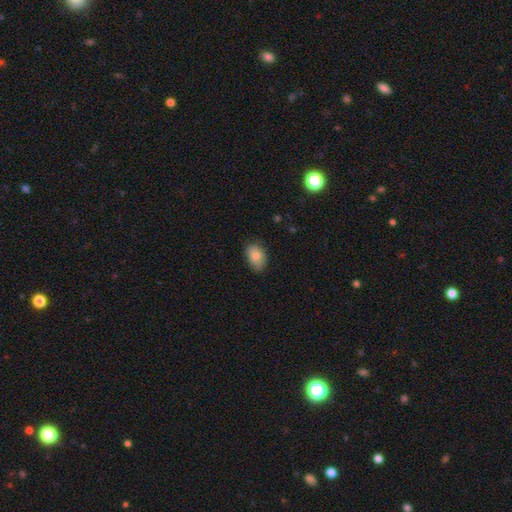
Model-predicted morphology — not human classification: The model was most divided on "merging": none: 73%, minor disturbance: 23%, major disturbance: 4%, merger: 1%. More confident: smooth or featured — smooth (83%); how rounded — in between (82%).